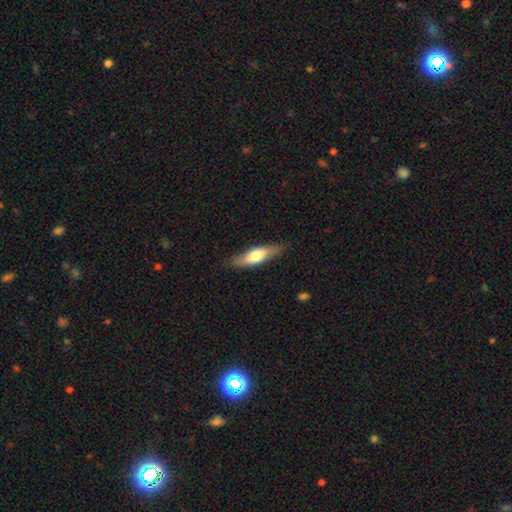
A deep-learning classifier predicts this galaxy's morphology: This appears to be a smooth galaxy with no disk features (55%) that is cigar-shaped (58%). Merging: none (82%).